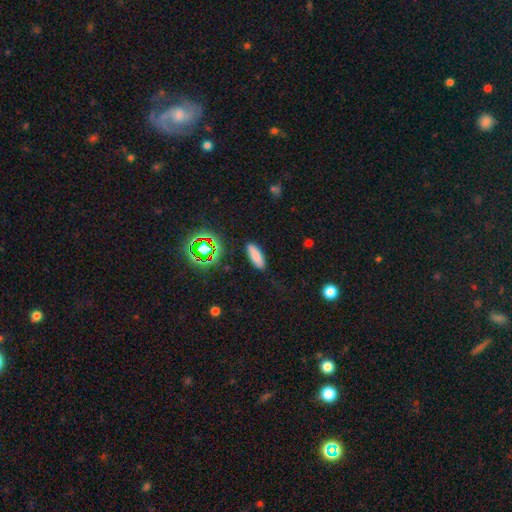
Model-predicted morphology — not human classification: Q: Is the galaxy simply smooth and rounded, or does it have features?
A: smooth — 79%.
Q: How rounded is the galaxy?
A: in between — 65%.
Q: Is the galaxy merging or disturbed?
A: none — 85%.